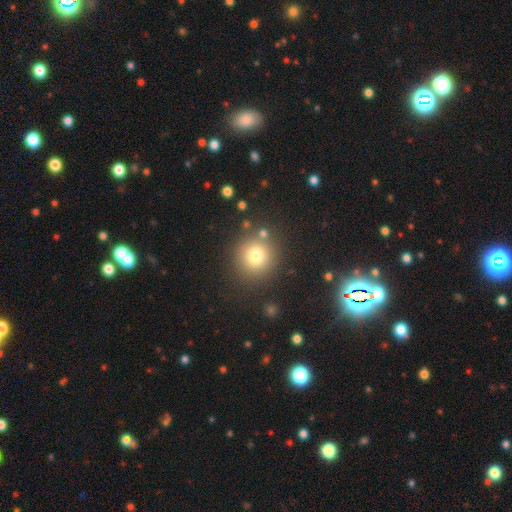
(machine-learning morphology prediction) A smooth galaxy with no disk features (76%) that is round (91%).

Vote fractions:
- Smooth or featured? smooth: 76% / star or artifact: 14% / featured or disk: 10%
- How rounded? round: 91% / in between: 8% / cigar-shaped: 1%
- Merging? none: 82% / minor disturbance: 9% / merger: 6% / major disturbance: 4%